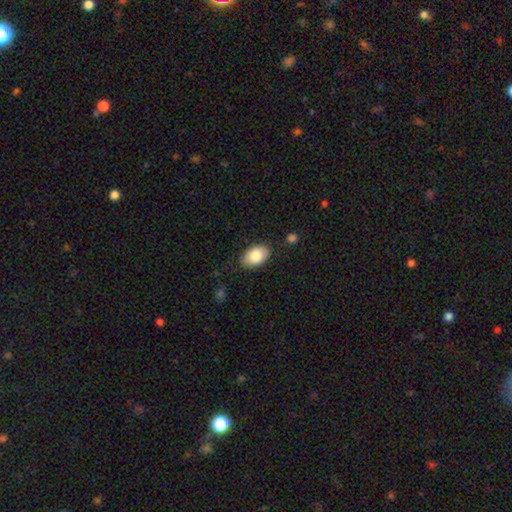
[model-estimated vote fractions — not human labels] Morphology: type=smooth (84%); roundness=in between (92%); merging=none (84%).